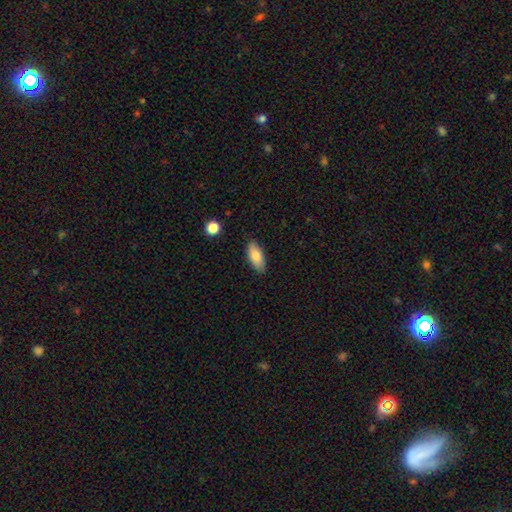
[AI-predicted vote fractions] A smooth galaxy with no disk features (80%) that is in between round and cigar-shaped (85%).

Vote fractions:
- Smooth or featured? smooth: 80% / featured or disk: 13% / star or artifact: 7%
- How rounded? in between: 85% / cigar-shaped: 13% / round: 3%
- Merging? none: 84% / minor disturbance: 12% / major disturbance: 2% / merger: 1%